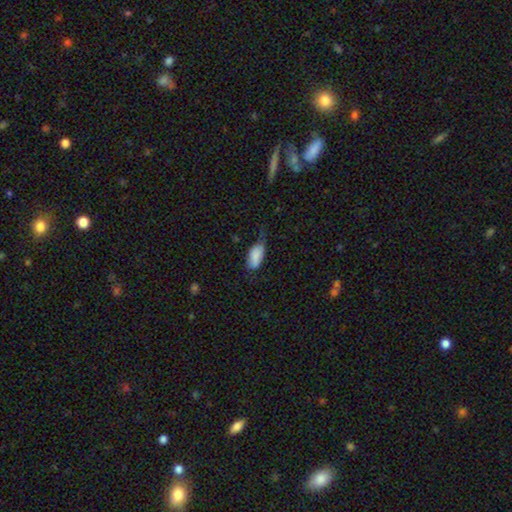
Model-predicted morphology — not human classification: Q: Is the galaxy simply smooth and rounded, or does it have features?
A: smooth — 83%.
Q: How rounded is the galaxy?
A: in between — 91%.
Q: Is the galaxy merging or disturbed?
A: minor disturbance — 41%.